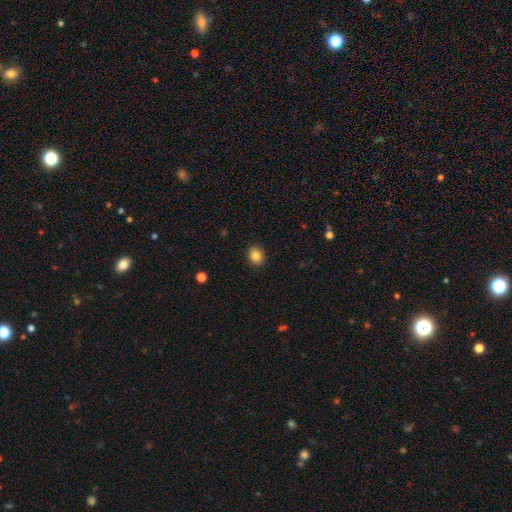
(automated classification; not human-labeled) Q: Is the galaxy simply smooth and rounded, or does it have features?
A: smooth — 86%.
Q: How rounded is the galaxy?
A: round — 55%.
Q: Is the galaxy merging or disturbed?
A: none — 90%.